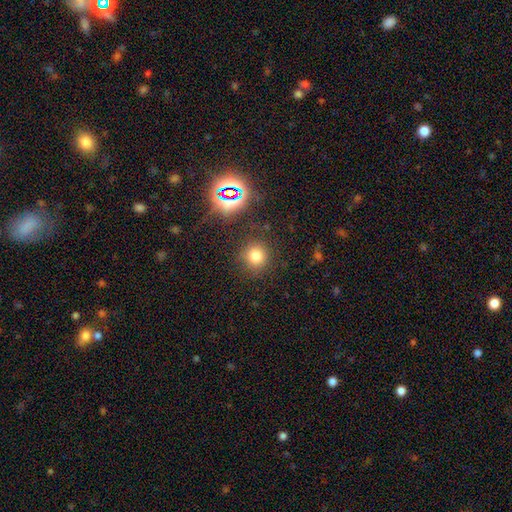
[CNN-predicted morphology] type=smooth (72%); roundness=round (90%); merging=none (84%).